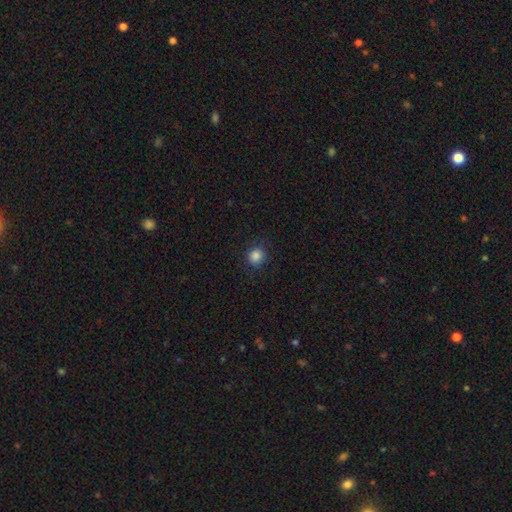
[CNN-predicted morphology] Smooth or featured?
  - smooth: 85% *
  - star or artifact: 11%
  - featured or disk: 4%
How rounded?
  - round: 90% *
  - in between: 9%
  - cigar-shaped: 1%
Merging?
  - none: 87% *
  - minor disturbance: 9%
  - major disturbance: 3%
  - merger: 1%